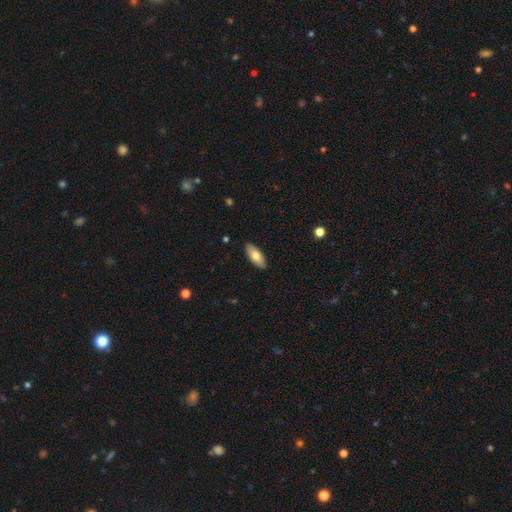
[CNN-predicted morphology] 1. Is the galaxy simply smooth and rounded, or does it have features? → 73% smooth, 21% featured or disk, 6% star or artifact.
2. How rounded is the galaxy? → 83% in between, 14% cigar-shaped, 2% round.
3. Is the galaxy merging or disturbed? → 90% none, 8% minor disturbance, 2% major disturbance, 1% merger.